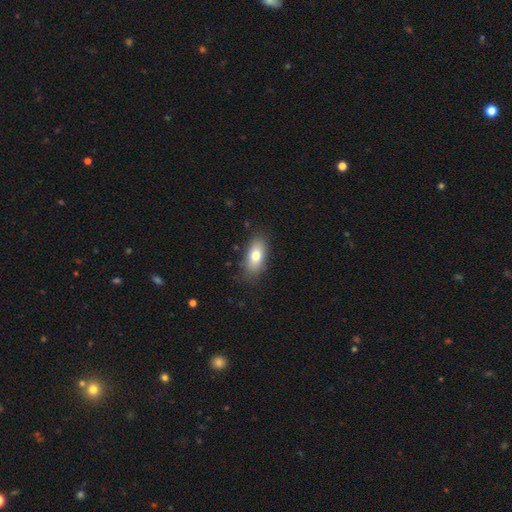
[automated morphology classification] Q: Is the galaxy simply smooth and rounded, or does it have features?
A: smooth — 75%.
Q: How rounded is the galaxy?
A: in between — 87%.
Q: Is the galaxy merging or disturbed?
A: none — 81%.